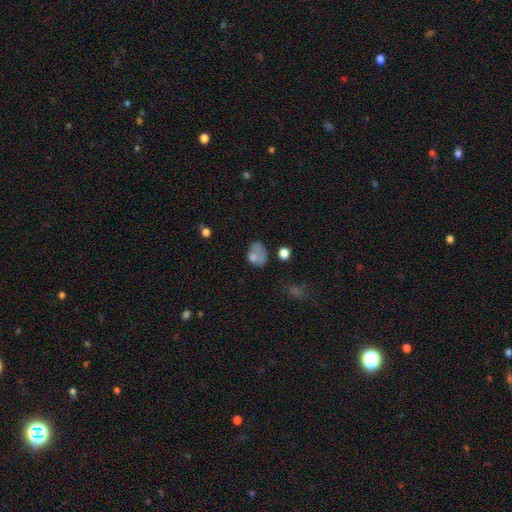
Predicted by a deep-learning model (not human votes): Smooth or featured: smooth — 67% (featured or disk — 21%)
How rounded: in between — 64% (round — 35%)
Merging: none — 31% (major disturbance — 25%)